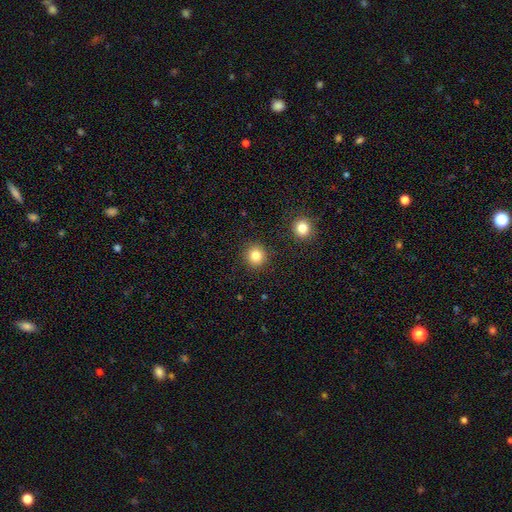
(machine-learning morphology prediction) Smooth or featured? smooth (82%)
How rounded? round (91%)
Merging? none (90%)